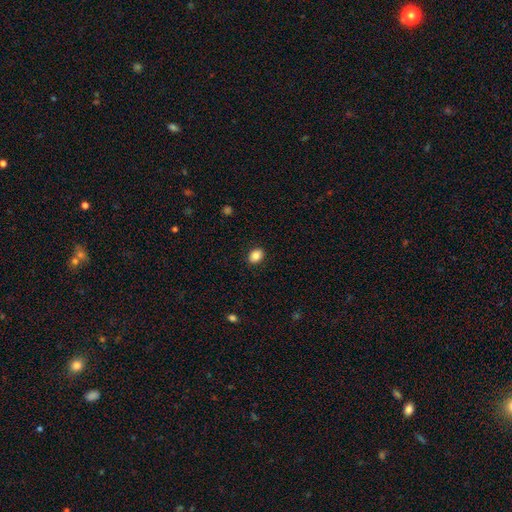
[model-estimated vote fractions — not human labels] A smooth galaxy with no disk features (86%) that is in between round and cigar-shaped (64%). Merging: none (90%).